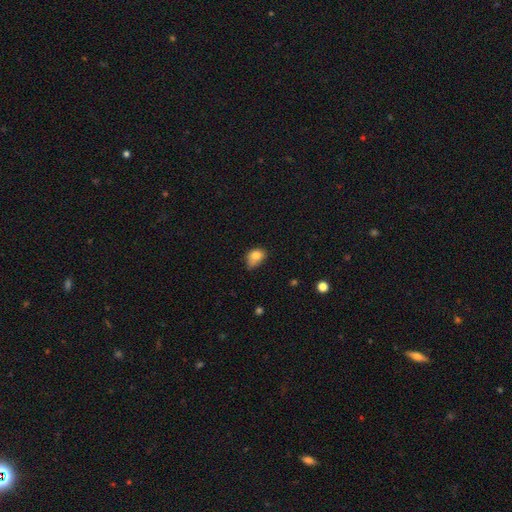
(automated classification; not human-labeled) Smooth or featured? smooth (79%)
How rounded? in between (68%)
Merging? minor disturbance (45%)